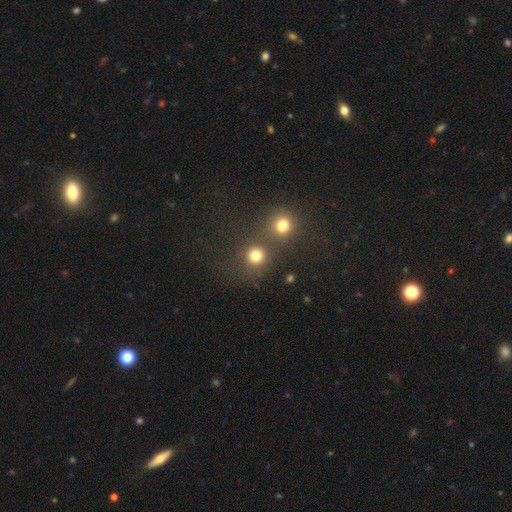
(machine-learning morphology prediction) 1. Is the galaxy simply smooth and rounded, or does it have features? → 79% smooth, 15% star or artifact, 6% featured or disk.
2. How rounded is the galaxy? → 90% round, 9% in between, 1% cigar-shaped.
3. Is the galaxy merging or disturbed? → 63% none, 26% merger, 6% minor disturbance, 4% major disturbance.